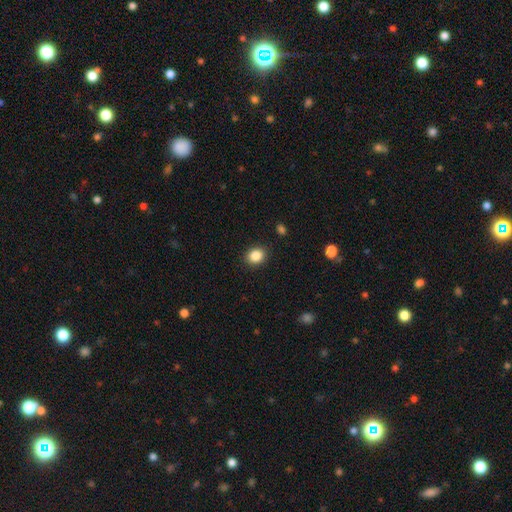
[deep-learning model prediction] smooth 86%, star or artifact 10%, featured or disk 5%. Down the decision tree: how rounded — round (59%); merging — none (89%).